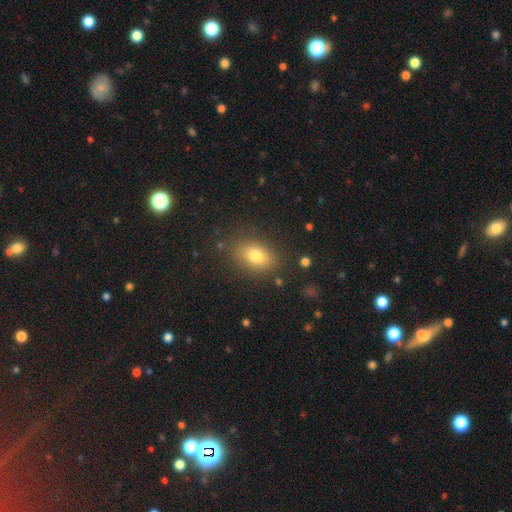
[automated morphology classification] smooth-or-featured: smooth: 77% | star or artifact: 13% | featured or disk: 11%
  how-rounded: in between: 78% | round: 19% | cigar-shaped: 2%
  merging: none: 84% | minor disturbance: 10% | major disturbance: 3% | merger: 2%